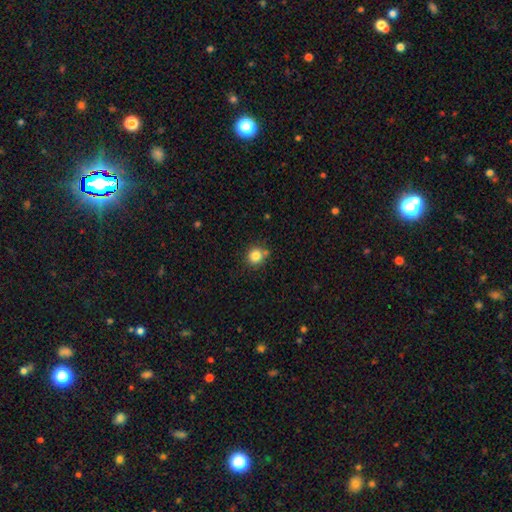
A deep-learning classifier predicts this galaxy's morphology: smooth-or-featured: smooth: 84% | star or artifact: 11% | featured or disk: 5%
  how-rounded: round: 88% | in between: 11% | cigar-shaped: 1%
  merging: none: 78% | minor disturbance: 12% | merger: 8% | major disturbance: 3%